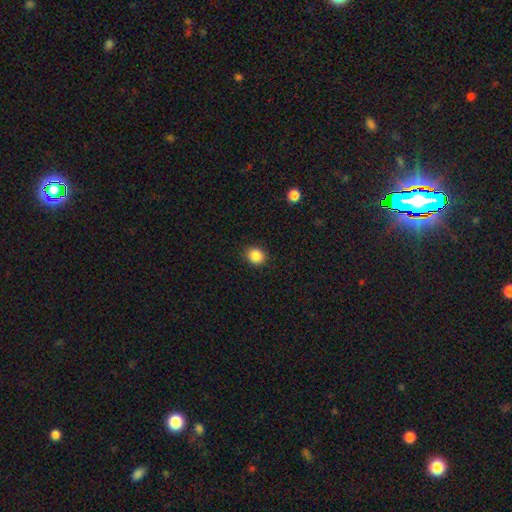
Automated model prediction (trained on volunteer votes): Smooth or featured?
  - smooth: 87% *
  - star or artifact: 10%
  - featured or disk: 3%
How rounded?
  - round: 78% *
  - in between: 21%
  - cigar-shaped: 1%
Merging?
  - none: 90% *
  - minor disturbance: 7%
  - major disturbance: 2%
  - merger: 1%